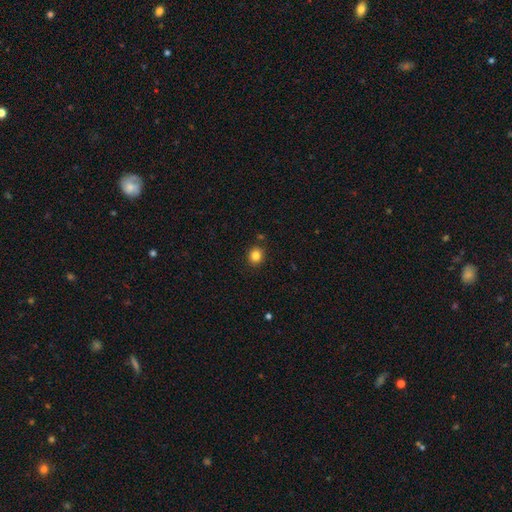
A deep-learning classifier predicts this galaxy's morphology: smooth 83%, star or artifact 12%, featured or disk 5%. Down the decision tree: how rounded — round (81%); merging — none (89%).